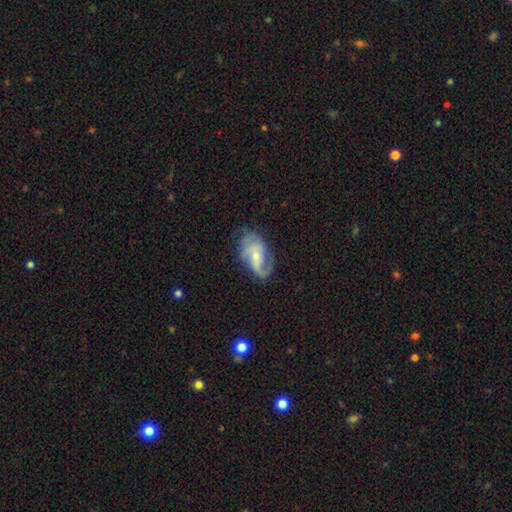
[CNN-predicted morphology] type=featured or disk (73%); edge-on=no (96%); bar=no (56%); spiral arms=yes (91%); winding=medium (43%); arm count=2 (54%); bulge=small (61%); merging=none (60%).